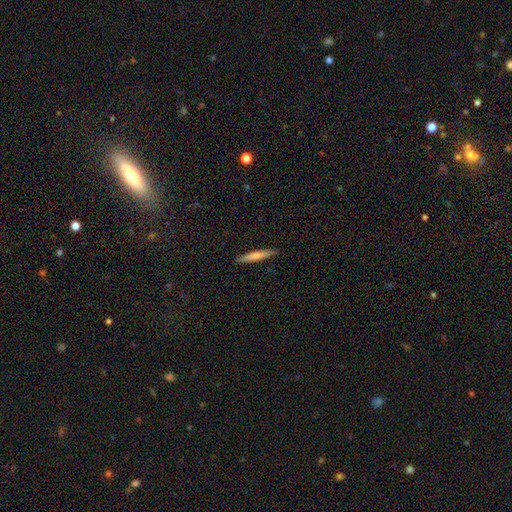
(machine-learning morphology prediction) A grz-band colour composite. It shows a smooth galaxy with no disk features (64%) that is cigar-shaped (94%). Merging: none (90%).